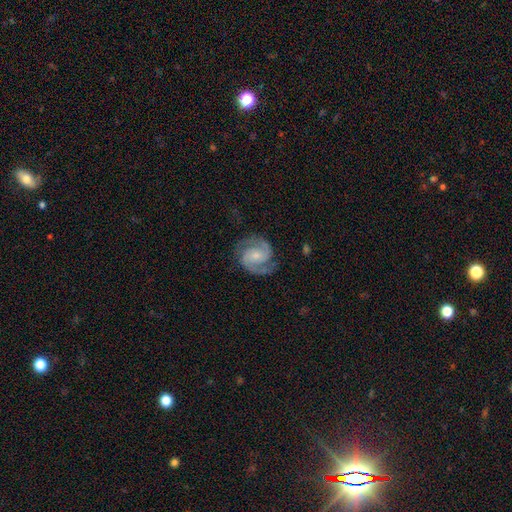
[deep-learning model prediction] Morphology: type=featured or disk (90%); edge-on=no (98%); bar=no (57%); spiral arms=yes (98%); winding=medium (54%); arm count=2 (93%); bulge=small (57%); merging=none (80%).